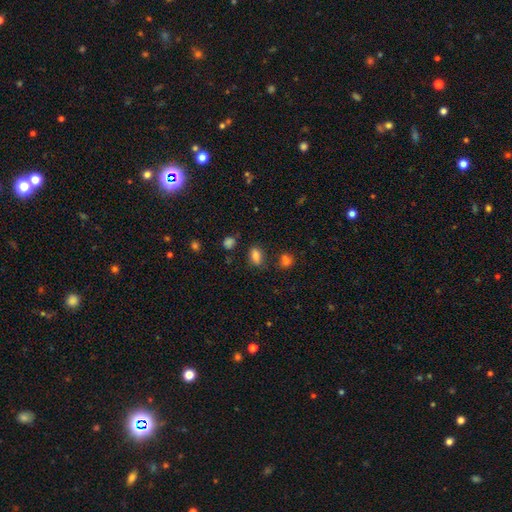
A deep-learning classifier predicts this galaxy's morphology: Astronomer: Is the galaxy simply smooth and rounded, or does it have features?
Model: smooth — 82%.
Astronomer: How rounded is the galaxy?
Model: in between — 85%.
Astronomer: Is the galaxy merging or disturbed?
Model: none — 75%.